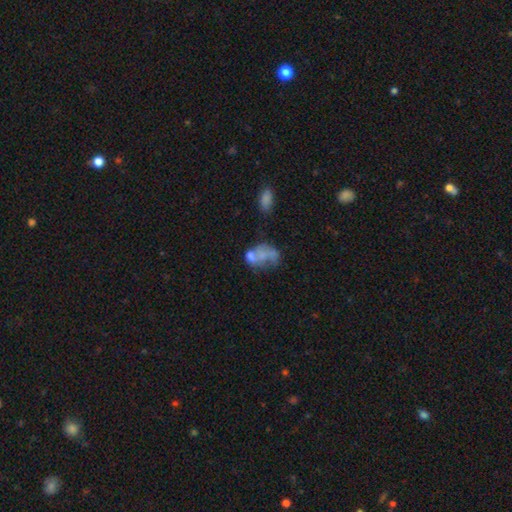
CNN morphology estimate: smooth 50%, featured or disk 38%, star or artifact 11%. Down the decision tree: how rounded — in between (80%); merging — merger (33%).